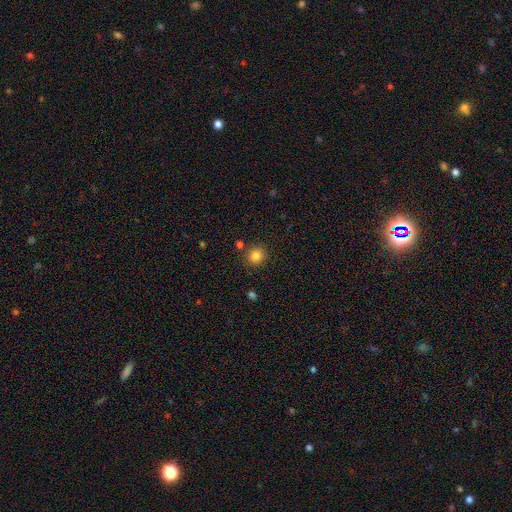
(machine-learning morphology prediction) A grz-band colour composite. It shows a smooth galaxy with no disk features (82%) that is round (88%). Merging: none (85%).